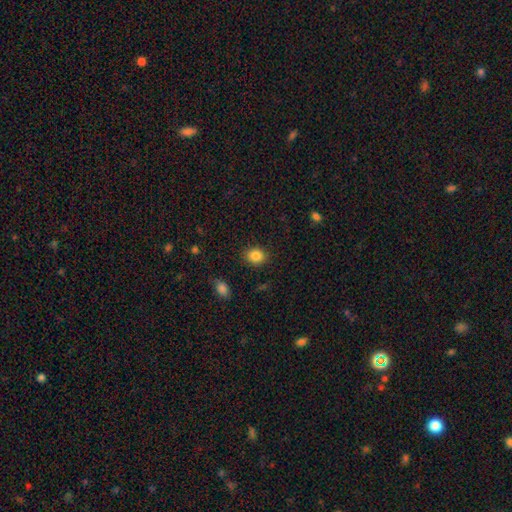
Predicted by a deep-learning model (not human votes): smooth-or-featured: smooth: 85% | star or artifact: 10% | featured or disk: 5%
  how-rounded: round: 61% | in between: 38% | cigar-shaped: 1%
  merging: none: 88% | minor disturbance: 8% | major disturbance: 3% | merger: 1%